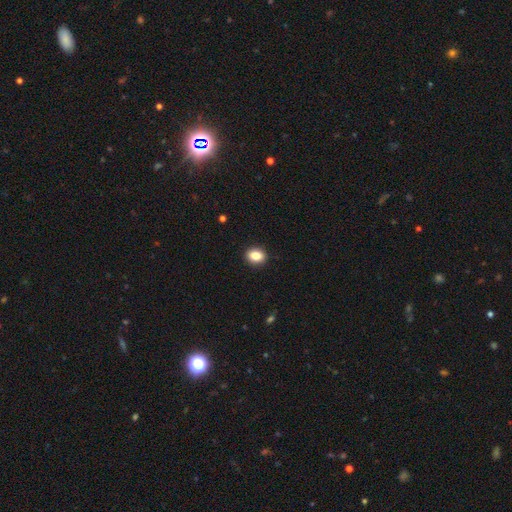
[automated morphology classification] Smooth or featured? Predicted: smooth (p=0.85). How rounded? Predicted: in between (p=0.53). Merging? Predicted: none (p=0.92).